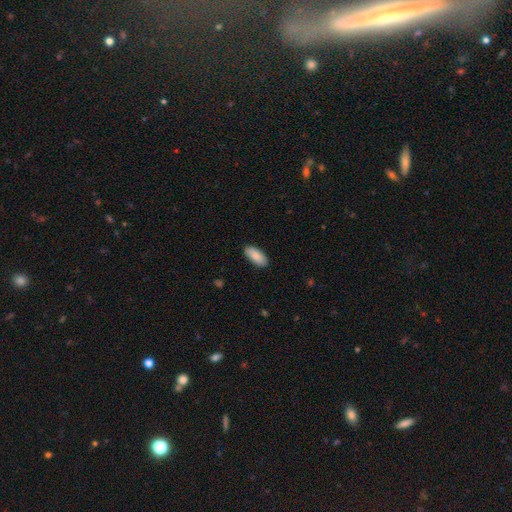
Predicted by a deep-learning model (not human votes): smooth-or-featured: smooth: 88% | featured or disk: 6% | star or artifact: 6%
  how-rounded: in between: 89% | cigar-shaped: 10% | round: 2%
  merging: none: 88% | minor disturbance: 9% | major disturbance: 2% | merger: 1%